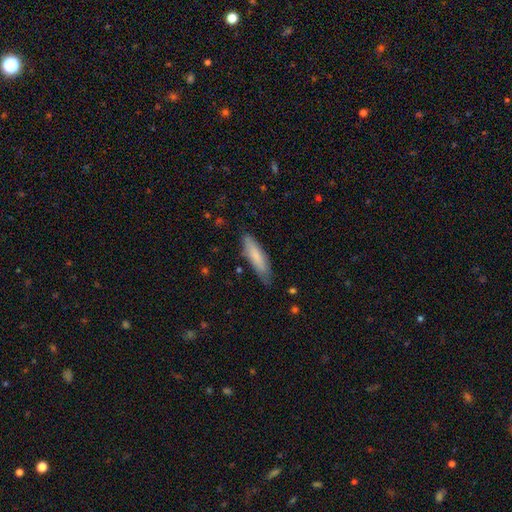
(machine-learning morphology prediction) smooth 78%, featured or disk 17%, star or artifact 6%. Down the decision tree: how rounded — cigar-shaped (76%); merging — none (79%).